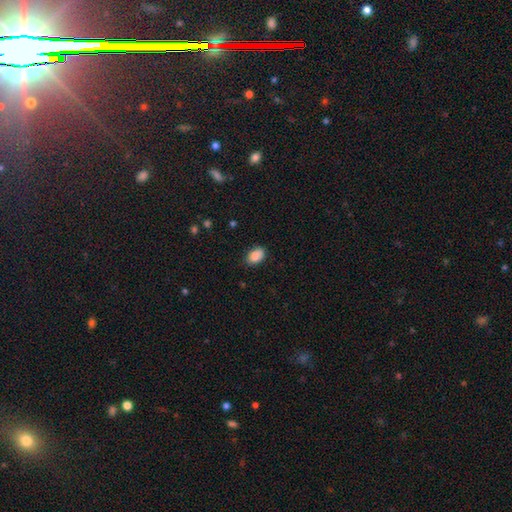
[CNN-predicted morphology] Overall: smooth (87%). How rounded: in between (88%). Merging: none (79%).